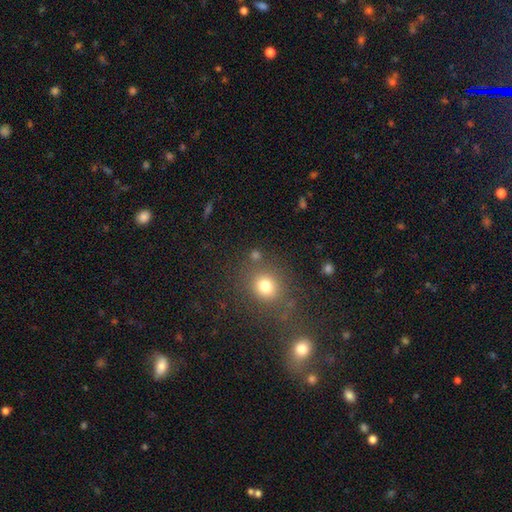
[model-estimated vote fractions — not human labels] Smooth or featured? smooth (71%)
How rounded? round (82%)
Merging? none (77%)